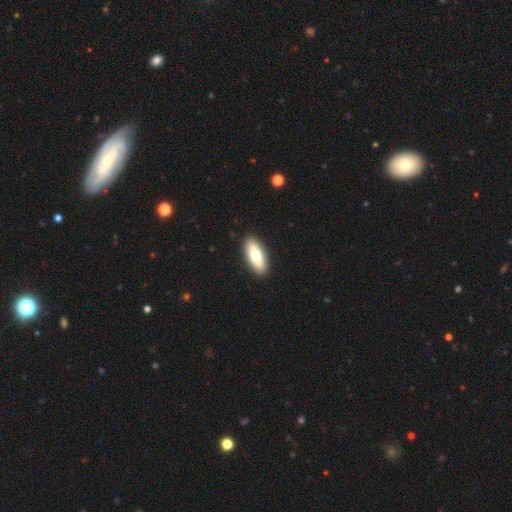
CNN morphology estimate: smooth-or-featured: smooth: 65% | featured or disk: 29% | star or artifact: 6%
  how-rounded: in between: 73% | cigar-shaped: 24% | round: 3%
  merging: none: 91% | minor disturbance: 6% | major disturbance: 2% | merger: 1%